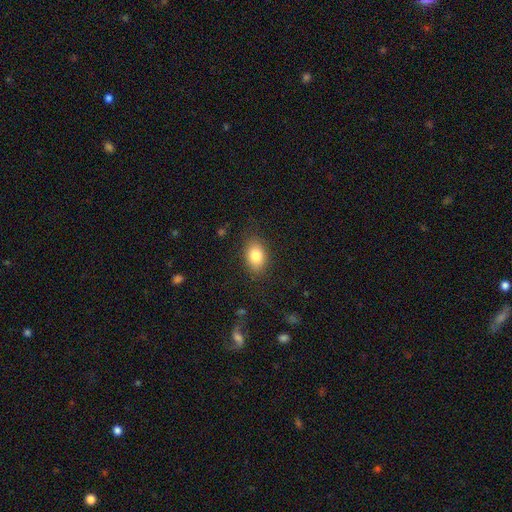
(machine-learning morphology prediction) smooth_or_featured: smooth (p=0.82) [alt: featured or disk p=0.09]
how_rounded: in between (p=0.80) [alt: round p=0.19]
merging: none (p=0.84) [alt: minor disturbance p=0.12]